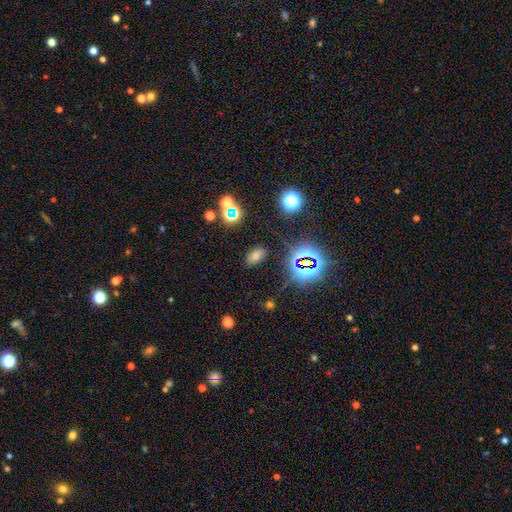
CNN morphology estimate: Q: Smooth or featured?
A: smooth (63%); runner-up: star or artifact (30%)
Q: How rounded?
A: in between (89%); runner-up: round (8%)
Q: Merging?
A: none (84%); runner-up: minor disturbance (10%)